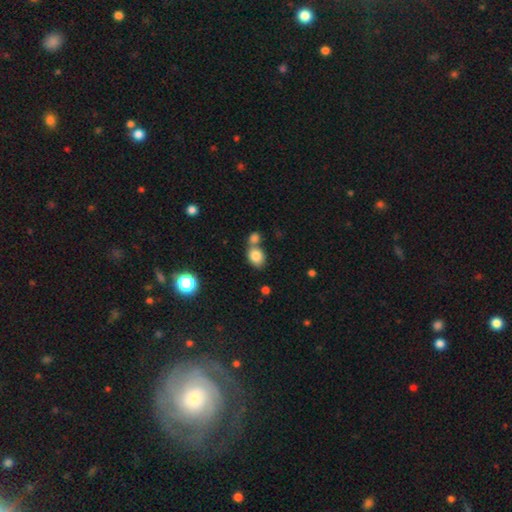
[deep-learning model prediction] Morphology: type=smooth (83%); roundness=in between (51%); merging=none (47%).